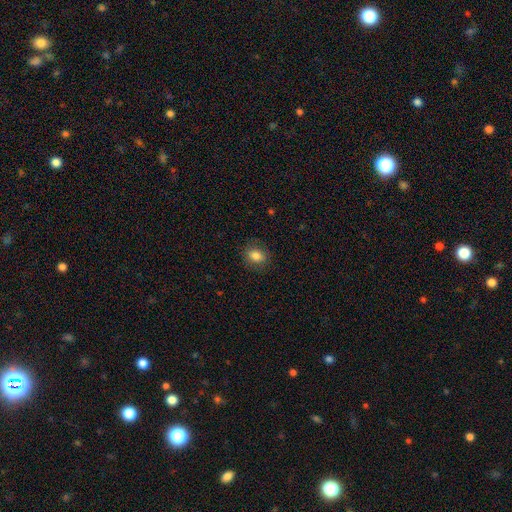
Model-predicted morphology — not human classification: Smooth or featured: smooth — 83% (star or artifact — 10%)
How rounded: in between — 58% (round — 40%)
Merging: none — 85% (minor disturbance — 11%)